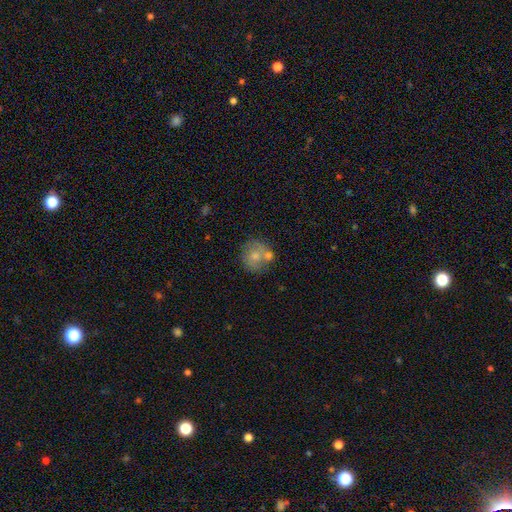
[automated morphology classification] Smooth or featured?
  - smooth: 70% *
  - featured or disk: 21%
  - star or artifact: 9%
How rounded?
  - round: 87% *
  - in between: 12%
  - cigar-shaped: 1%
Merging?
  - none: 58% *
  - merger: 23%
  - minor disturbance: 14%
  - major disturbance: 5%